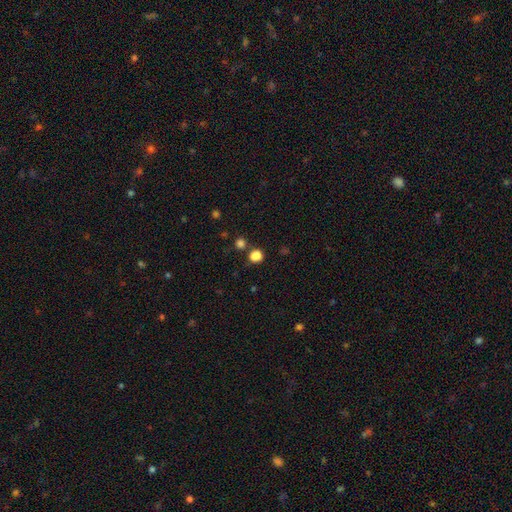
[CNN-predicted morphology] type=smooth (82%); roundness=round (77%); merging=none (72%).